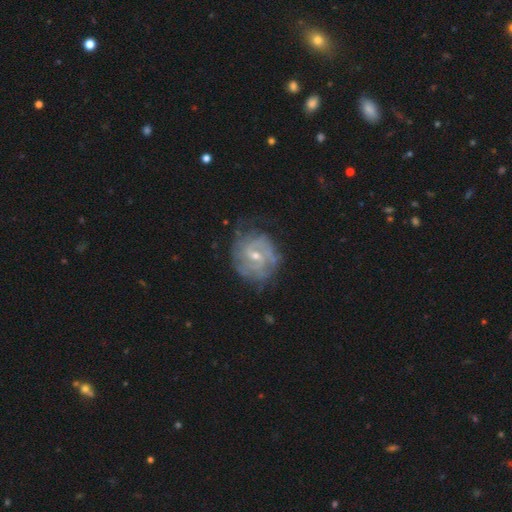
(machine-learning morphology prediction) Smooth or featured? Predicted: featured or disk (p=0.82). Edge-on disk? Predicted: no (p=0.97). Bar? Predicted: weak (p=0.53). Spiral arms? Predicted: yes (p=0.91). Spiral winding? Predicted: tight (p=0.62). Spiral arm count? Predicted: can't tell (p=0.41). Bulge size? Predicted: small (p=0.55). Merging? Predicted: none (p=0.68).